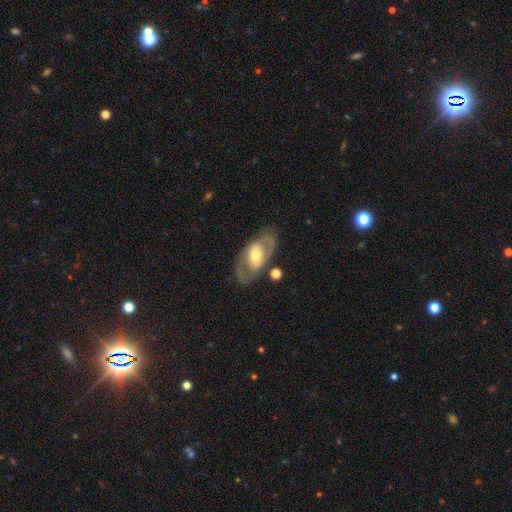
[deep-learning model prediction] Smooth or featured? Predicted: featured or disk (p=0.72). Edge-on disk? Predicted: no (p=0.91). Bar? Predicted: weak (p=0.37). Spiral arms? Predicted: yes (p=0.58). Bulge size? Predicted: moderate (p=0.65). Merging? Predicted: none (p=0.74).